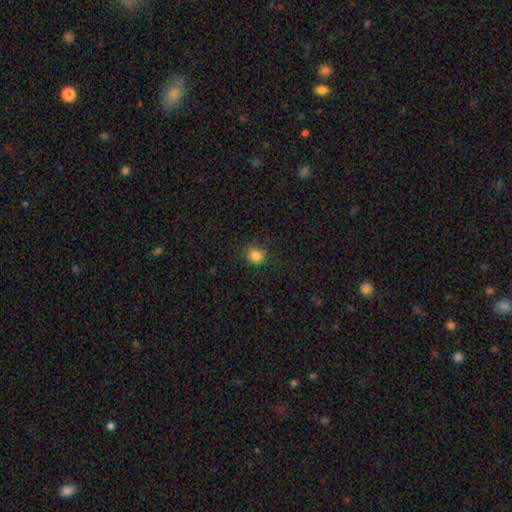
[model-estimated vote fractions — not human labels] smooth_or_featured: smooth (p=0.83) [alt: star or artifact p=0.12]
how_rounded: round (p=0.80) [alt: in between p=0.19]
merging: none (p=0.83) [alt: minor disturbance p=0.12]